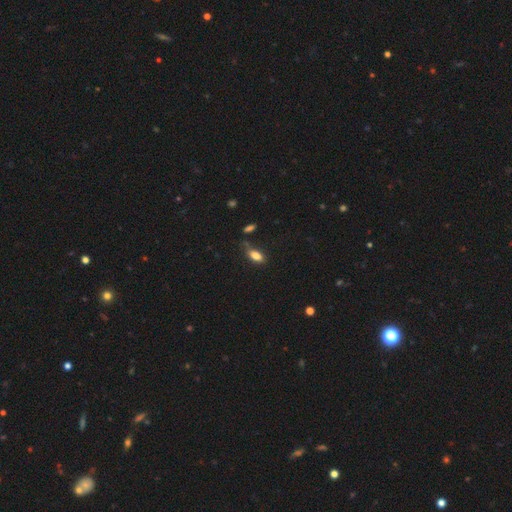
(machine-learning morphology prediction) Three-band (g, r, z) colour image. It shows a smooth galaxy with no disk features (80%) that is in between round and cigar-shaped (84%). Merging: none (62%).